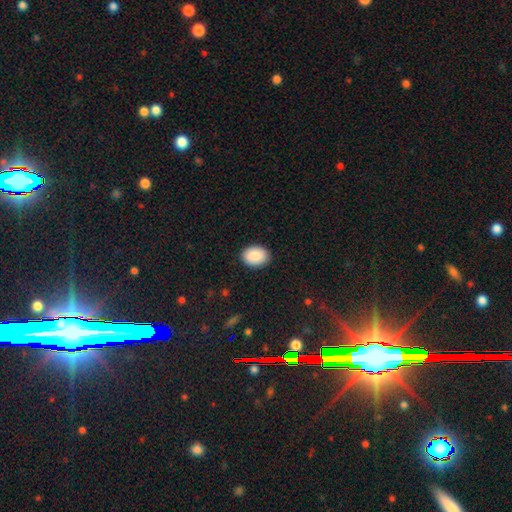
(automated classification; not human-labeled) Smooth or featured? Predicted: smooth (p=0.90). How rounded? Predicted: in between (p=0.72). Merging? Predicted: none (p=0.90).